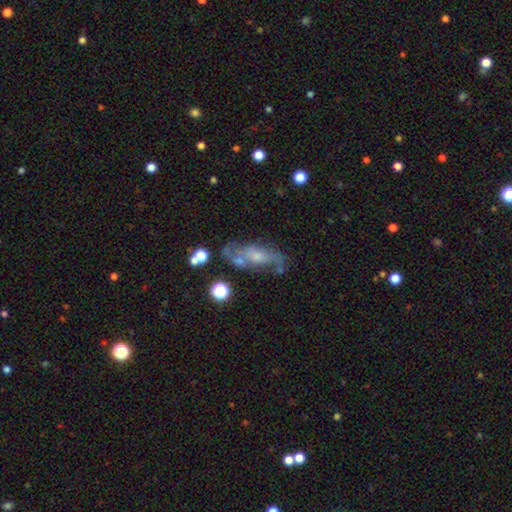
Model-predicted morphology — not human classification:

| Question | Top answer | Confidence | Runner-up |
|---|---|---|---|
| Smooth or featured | featured or disk | 61% | smooth (28%) |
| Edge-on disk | no | 85% | yes (15%) |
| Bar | no | 65% | weak (28%) |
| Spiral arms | yes | 73% | no (27%) |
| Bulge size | small | 43% | moderate (35%) |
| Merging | none | 48% | minor disturbance (23%) |